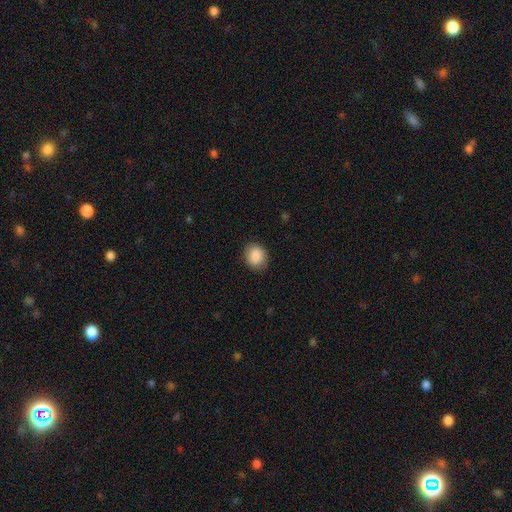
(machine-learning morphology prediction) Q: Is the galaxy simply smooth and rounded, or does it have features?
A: smooth — 88%.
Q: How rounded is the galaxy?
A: round — 68%.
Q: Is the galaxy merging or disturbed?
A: none — 86%.